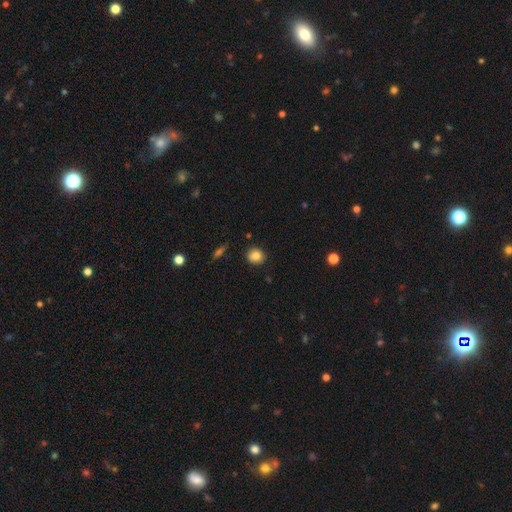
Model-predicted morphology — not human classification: A smooth galaxy with no disk features (83%) that is round (78%). Merging: none (88%).